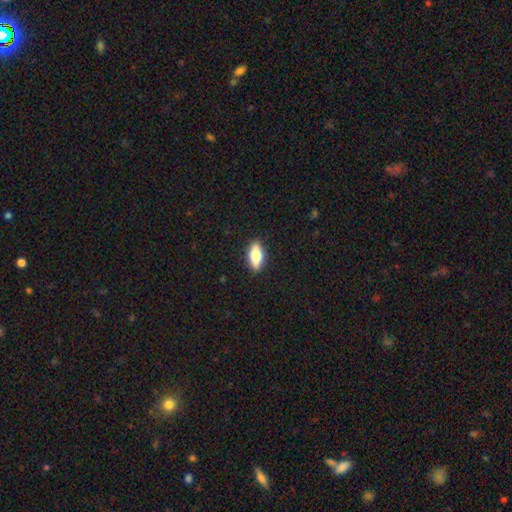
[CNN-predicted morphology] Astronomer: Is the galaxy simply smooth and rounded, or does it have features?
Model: smooth — 68%.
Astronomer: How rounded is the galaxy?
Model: in between — 77%.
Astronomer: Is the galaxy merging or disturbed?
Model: none — 90%.